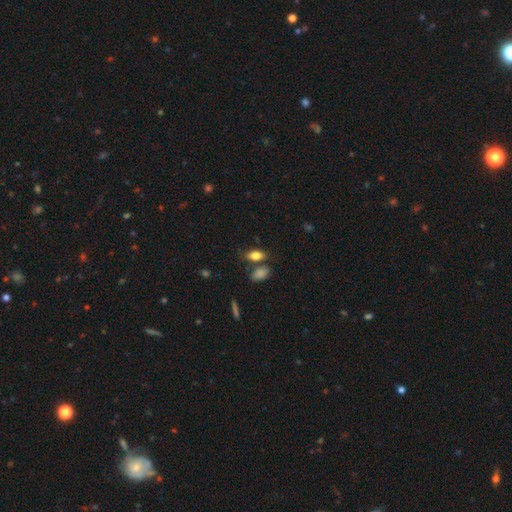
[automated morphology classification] Smooth or featured? smooth (81%)
How rounded? in between (86%)
Merging? none (66%)